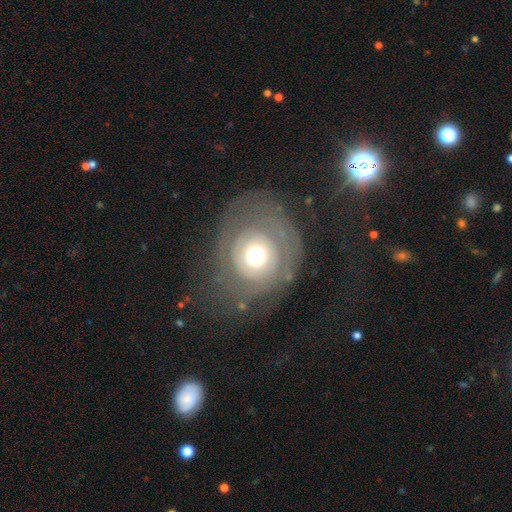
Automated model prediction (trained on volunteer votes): smooth-or-featured: featured or disk: 62% | smooth: 30% | star or artifact: 8%
  disk-edge-on: no: 97% | yes: 3%
    bar: no: 86% | weak: 11% | strong: 3%
    has-spiral-arms: yes: 68% | no: 32%
    bulge-size: moderate: 60% | large: 18% | small: 17% | dominant: 3% | none: 1%
  merging: none: 64% | major disturbance: 18% | minor disturbance: 16% | merger: 2%